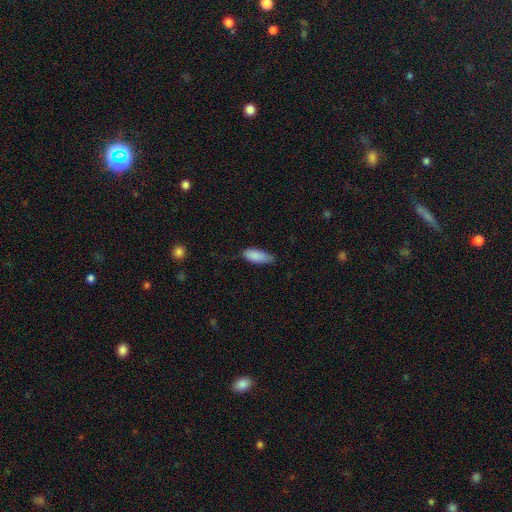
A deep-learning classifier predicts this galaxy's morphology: smooth_or_featured: smooth (p=0.87) [alt: featured or disk p=0.07]
how_rounded: in between (p=0.79) [alt: cigar-shaped p=0.19]
merging: none (p=0.61) [alt: minor disturbance p=0.32]